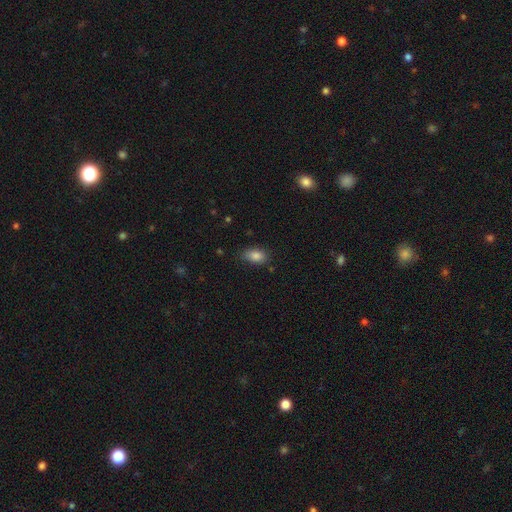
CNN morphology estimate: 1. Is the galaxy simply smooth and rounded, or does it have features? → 84% smooth, 9% star or artifact, 7% featured or disk.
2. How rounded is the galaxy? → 88% in between, 9% round, 3% cigar-shaped.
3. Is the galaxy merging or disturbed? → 75% none, 20% minor disturbance, 4% major disturbance, 2% merger.